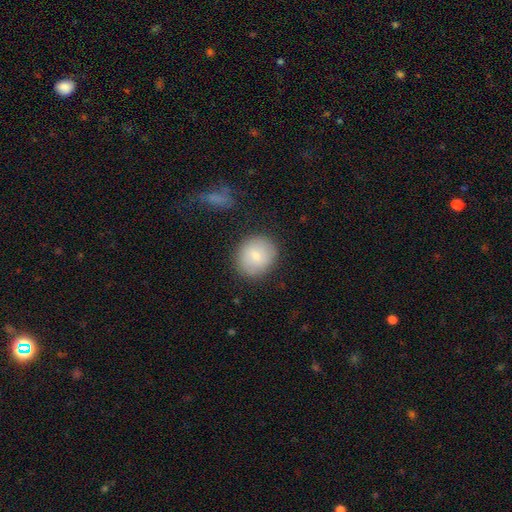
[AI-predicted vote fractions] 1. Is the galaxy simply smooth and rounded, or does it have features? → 78% smooth, 15% featured or disk, 8% star or artifact.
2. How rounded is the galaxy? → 86% round, 13% in between, 1% cigar-shaped.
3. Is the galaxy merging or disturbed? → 84% none, 10% minor disturbance, 3% major disturbance, 2% merger.